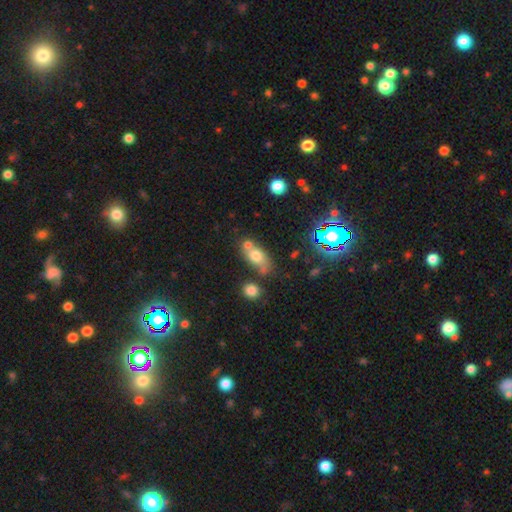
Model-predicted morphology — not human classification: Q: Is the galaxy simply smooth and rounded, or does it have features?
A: smooth — 65%.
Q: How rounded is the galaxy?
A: in between — 75%.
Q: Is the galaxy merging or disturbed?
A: none — 44%.